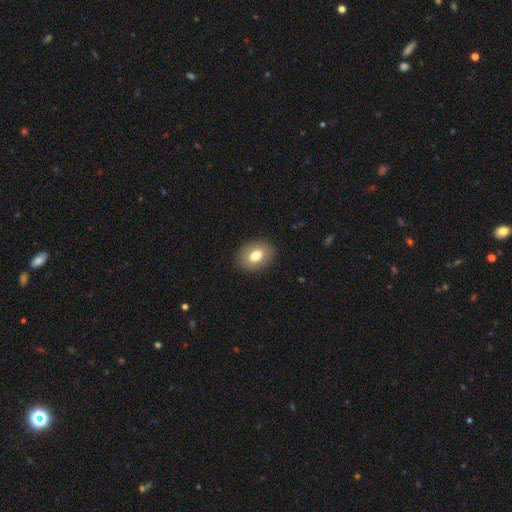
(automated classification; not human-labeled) A smooth galaxy with no disk features (77%) that is in between round and cigar-shaped (66%). Merging: none (89%).